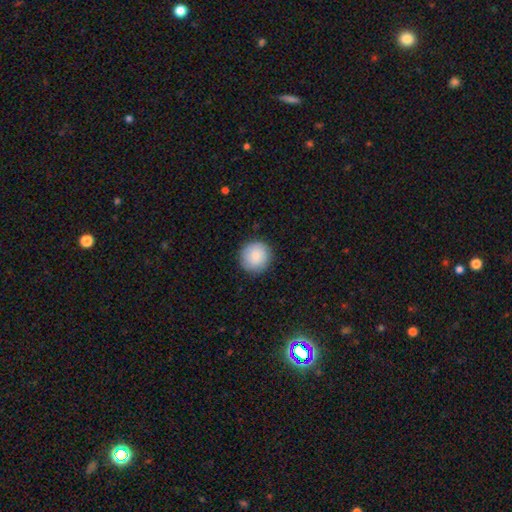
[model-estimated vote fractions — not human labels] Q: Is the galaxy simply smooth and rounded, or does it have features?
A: smooth — 86%.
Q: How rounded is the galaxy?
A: round — 95%.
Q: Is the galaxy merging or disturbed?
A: none — 90%.